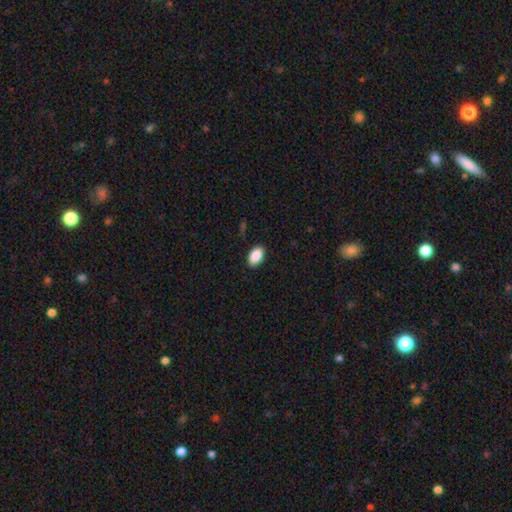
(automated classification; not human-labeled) Q: Smooth or featured?
A: smooth (88%); runner-up: star or artifact (7%)
Q: How rounded?
A: in between (92%); runner-up: round (7%)
Q: Merging?
A: none (88%); runner-up: minor disturbance (9%)